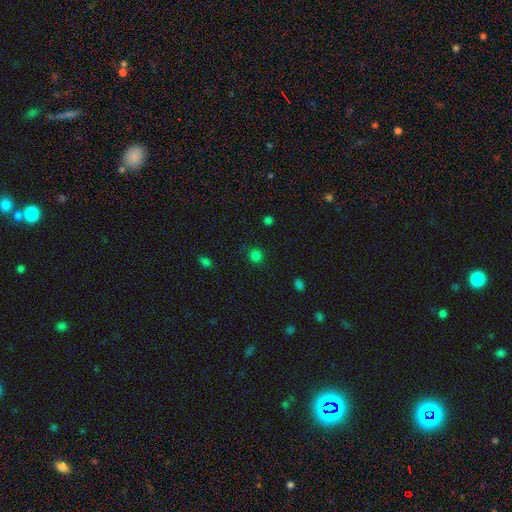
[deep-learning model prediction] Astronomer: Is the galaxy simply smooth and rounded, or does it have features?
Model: smooth — 78%.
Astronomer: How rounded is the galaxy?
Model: round — 88%.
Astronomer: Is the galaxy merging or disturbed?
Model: none — 83%.